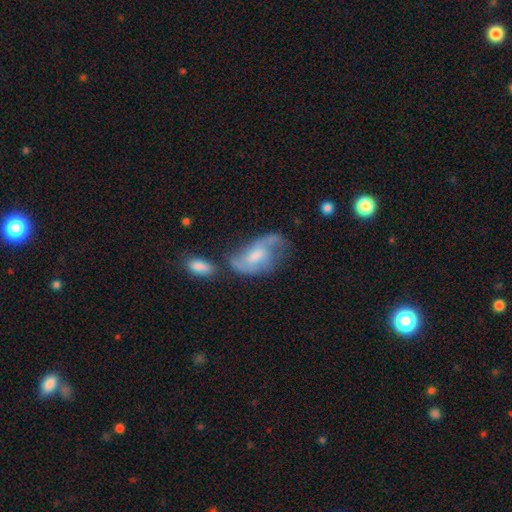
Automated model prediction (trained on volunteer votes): smooth_or_featured: featured or disk (p=0.66) [alt: smooth p=0.26]
disk_edge_on: no (p=0.95) [alt: yes p=0.05]
bar: no (p=0.50) [alt: weak p=0.42]
has_spiral_arms: yes (p=0.82) [alt: no p=0.18]
spiral_winding: loose (p=0.45) [alt: medium p=0.40]
spiral_arm_count: 2 (p=0.69) [alt: can't tell p=0.17]
bulge_size: moderate (p=0.44) [alt: small p=0.33]
merging: none (p=0.35) [alt: minor disturbance p=0.24]